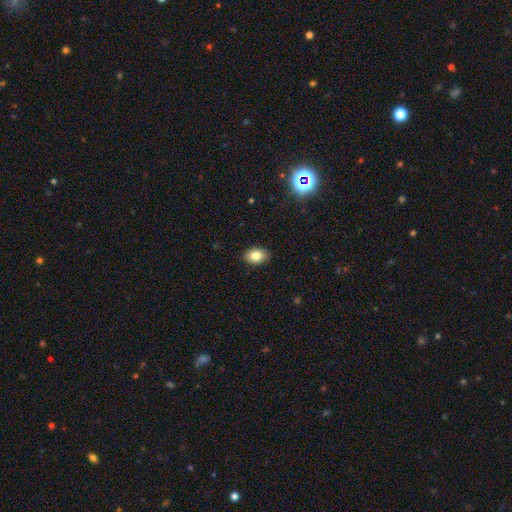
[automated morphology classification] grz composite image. It shows a smooth galaxy with no disk features (84%) that is in between round and cigar-shaped (78%). Merging: none (89%).